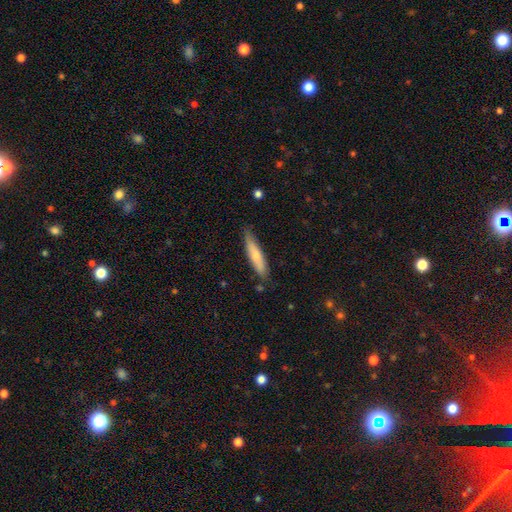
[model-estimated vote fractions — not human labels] Overall: smooth (70%). How rounded: cigar-shaped (84%). Merging: none (79%).